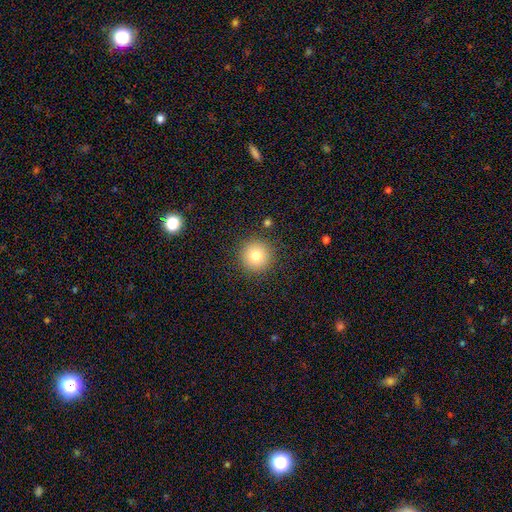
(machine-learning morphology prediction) Smooth or featured?
  - smooth: 79% *
  - star or artifact: 11%
  - featured or disk: 10%
How rounded?
  - round: 96% *
  - in between: 3%
  - cigar-shaped: 1%
Merging?
  - none: 90% *
  - minor disturbance: 6%
  - major disturbance: 2%
  - merger: 1%